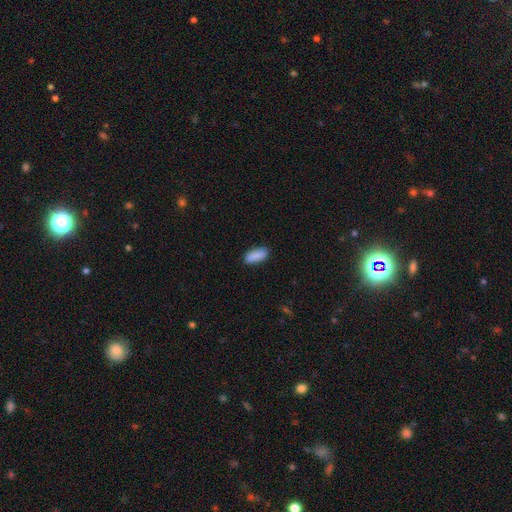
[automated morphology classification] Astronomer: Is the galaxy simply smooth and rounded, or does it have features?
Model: smooth — 88%.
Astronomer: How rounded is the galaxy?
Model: in between — 75%.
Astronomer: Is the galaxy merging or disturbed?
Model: none — 84%.